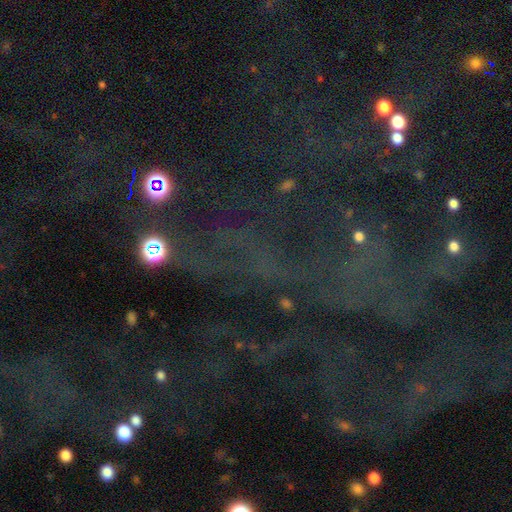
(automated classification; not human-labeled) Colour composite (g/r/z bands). It shows a star or artifact, not a galaxy (73%).